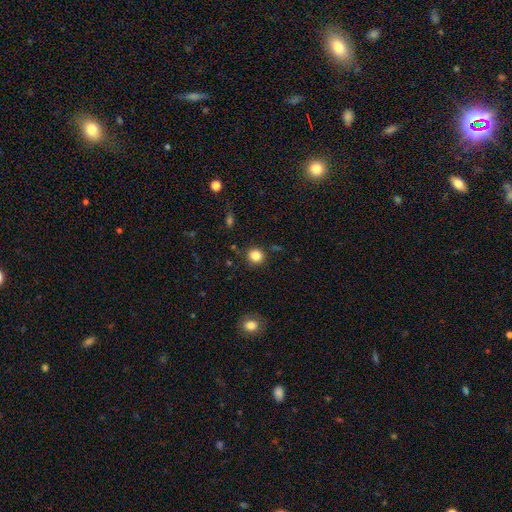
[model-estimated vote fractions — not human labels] A smooth galaxy with no disk features (84%) that is round (89%). Merging: none (89%).